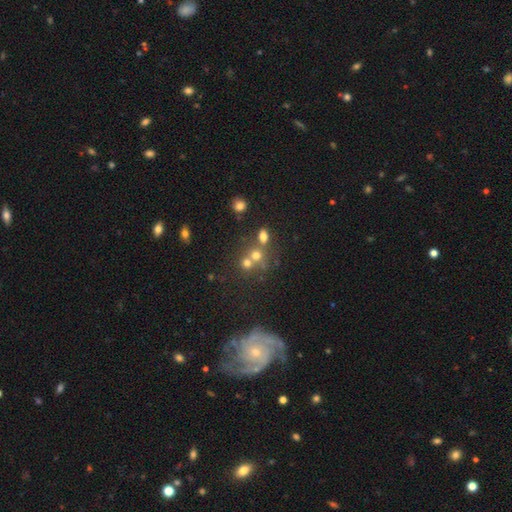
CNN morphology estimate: Smooth or featured: smooth — 64% (star or artifact — 21%)
How rounded: round — 79% (in between — 20%)
Merging: none — 44% (merger — 43%)